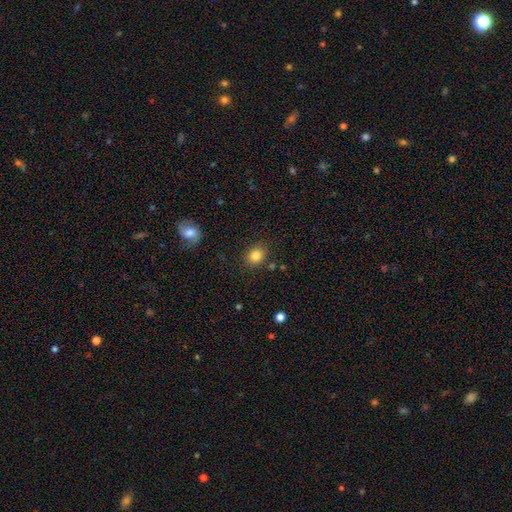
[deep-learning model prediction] smooth_or_featured: smooth (p=0.84) [alt: star or artifact p=0.10]
how_rounded: round (p=0.70) [alt: in between p=0.29]
merging: none (p=0.84) [alt: minor disturbance p=0.10]